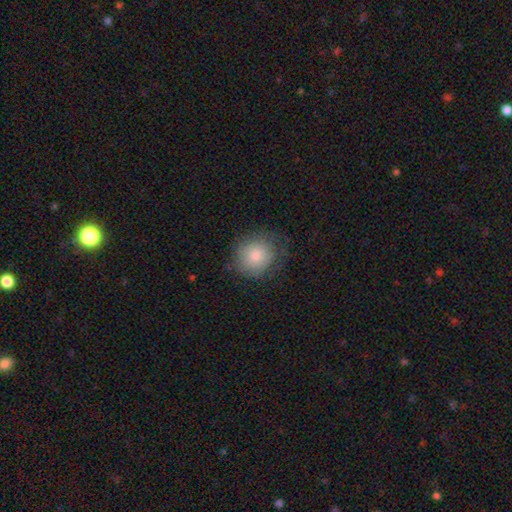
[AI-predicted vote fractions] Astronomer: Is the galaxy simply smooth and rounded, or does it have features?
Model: smooth — 80%.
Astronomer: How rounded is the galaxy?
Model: round — 83%.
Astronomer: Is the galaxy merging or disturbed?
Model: none — 69%.